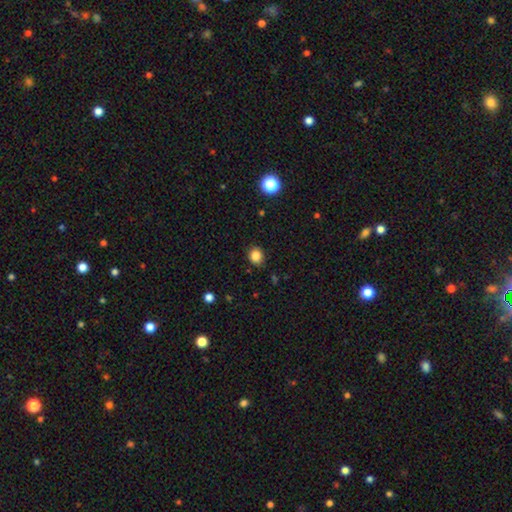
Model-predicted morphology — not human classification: Smooth or featured? smooth (84%)
How rounded? round (71%)
Merging? none (86%)